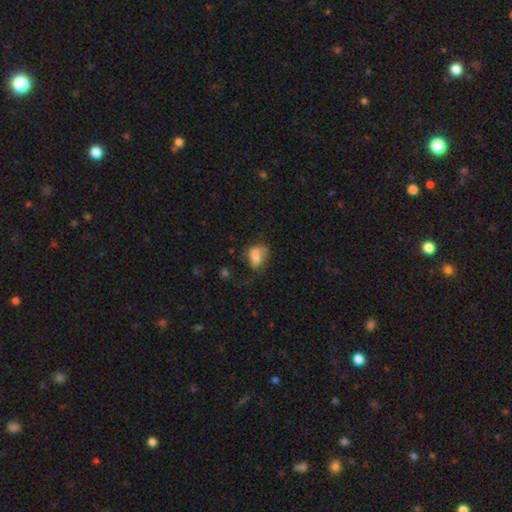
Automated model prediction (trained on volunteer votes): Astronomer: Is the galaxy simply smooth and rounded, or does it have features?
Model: smooth — 72%.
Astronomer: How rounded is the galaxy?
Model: in between — 82%.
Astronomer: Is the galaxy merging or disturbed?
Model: none — 33% (runner-up: major disturbance, 29%).